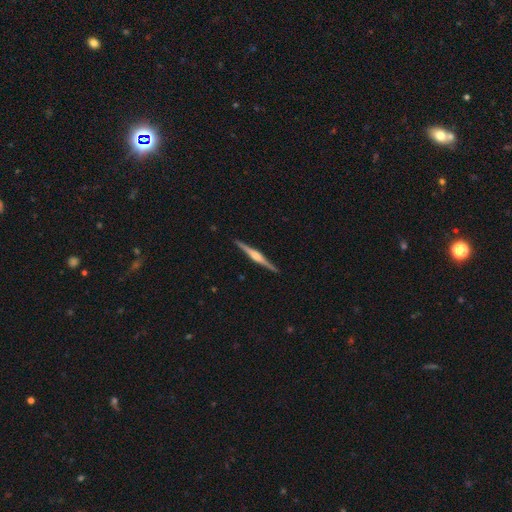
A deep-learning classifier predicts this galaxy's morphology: smooth-or-featured: featured or disk: 83% | smooth: 12% | star or artifact: 5%
  disk-edge-on: yes: 99% | no: 1%
    edge-on-bulge: rounded: 73% | boxy: 21% | none: 6%
  merging: none: 92% | minor disturbance: 6% | major disturbance: 1% | merger: 1%